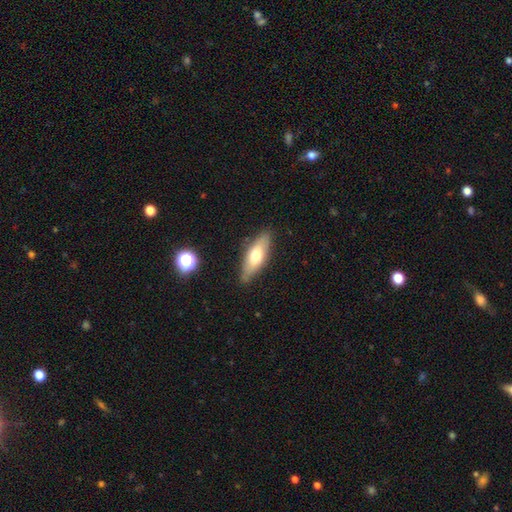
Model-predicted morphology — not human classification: A smooth galaxy with no disk features (61%) that is in between round and cigar-shaped (59%).

Vote fractions:
- Smooth or featured? smooth: 61% / featured or disk: 33% / star or artifact: 6%
- How rounded? in between: 59% / cigar-shaped: 39% / round: 2%
- Merging? none: 82% / minor disturbance: 13% / major disturbance: 3% / merger: 2%